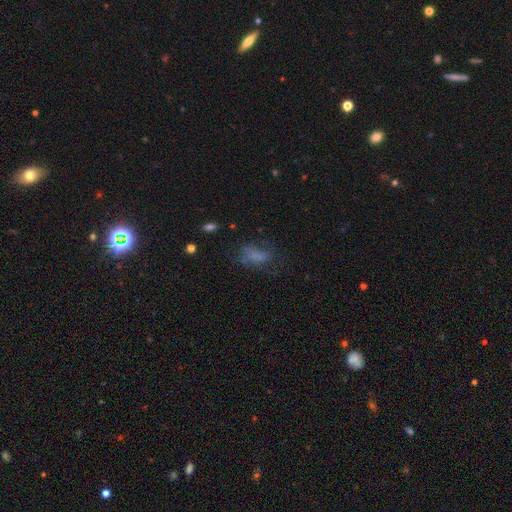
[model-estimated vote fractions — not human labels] Q: Smooth or featured?
A: smooth (61%); runner-up: featured or disk (22%)
Q: How rounded?
A: in between (82%); runner-up: round (10%)
Q: Merging?
A: none (49%); runner-up: major disturbance (24%)